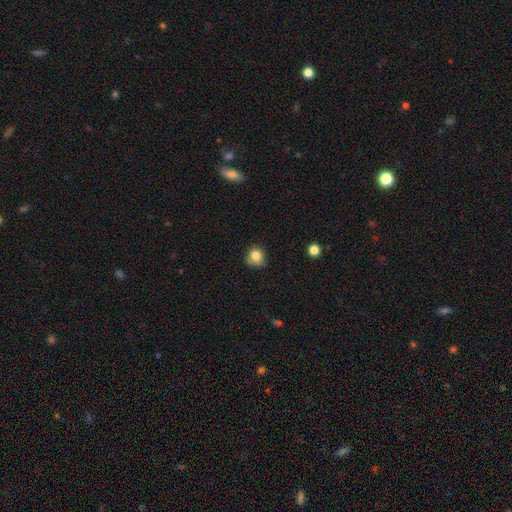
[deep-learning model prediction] This appears to be a smooth galaxy with no disk features (80%) that is round (82%). Merging: none (60%).